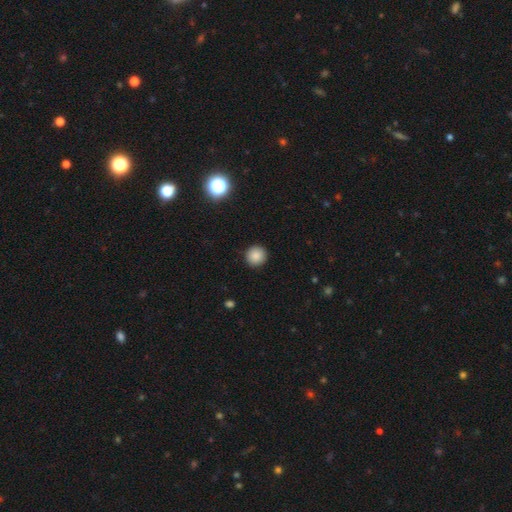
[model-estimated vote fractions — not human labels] A smooth galaxy with no disk features (87%) that is round (96%).

Vote fractions:
- Smooth or featured? smooth: 87% / star or artifact: 10% / featured or disk: 3%
- How rounded? round: 96% / in between: 3% / cigar-shaped: 1%
- Merging? none: 93% / minor disturbance: 5% / major disturbance: 2% / merger: 1%